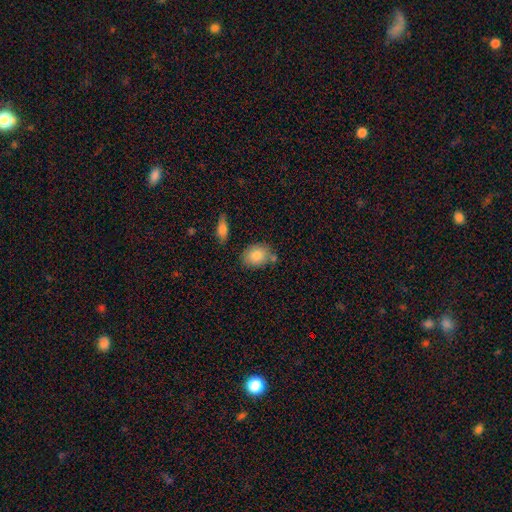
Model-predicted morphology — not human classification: Smooth or featured?
  - smooth: 83% *
  - featured or disk: 10%
  - star or artifact: 7%
How rounded?
  - in between: 60% *
  - round: 38%
  - cigar-shaped: 1%
Merging?
  - none: 69% *
  - minor disturbance: 18%
  - merger: 10%
  - major disturbance: 4%